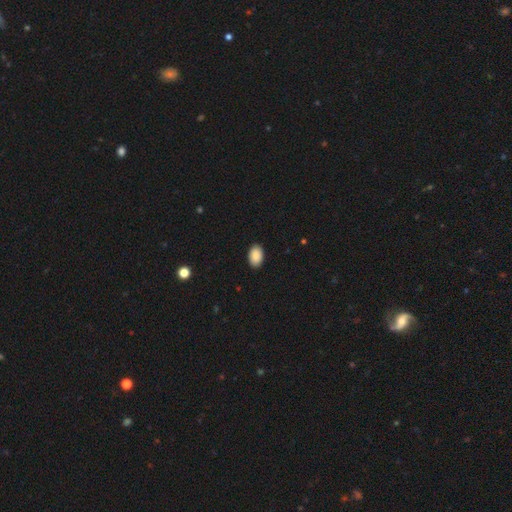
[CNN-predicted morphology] Smooth or featured: smooth — 88% (star or artifact — 7%)
How rounded: in between — 90% (round — 9%)
Merging: none — 90% (minor disturbance — 7%)